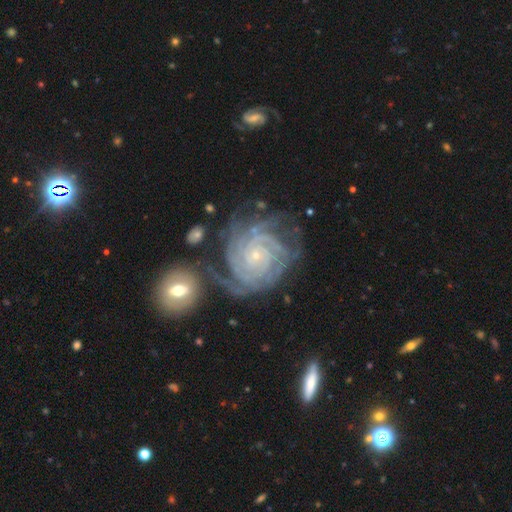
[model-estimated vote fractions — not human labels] Morphology: type=featured or disk (91%); edge-on=no (98%); bar=no (73%); spiral arms=yes (99%); winding=tight (82%); arm count=4 (35%); bulge=small (84%); merging=none (63%).